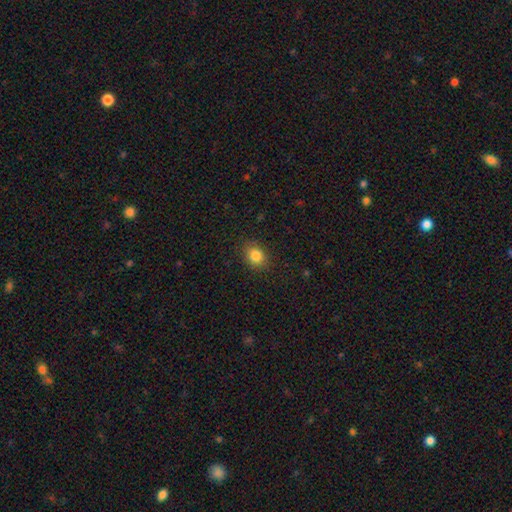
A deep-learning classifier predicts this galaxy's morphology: A smooth galaxy with no disk features (84%) that is round (61%). Merging: none (86%).